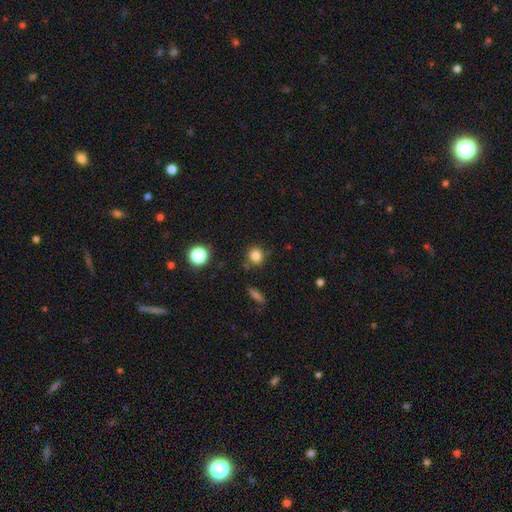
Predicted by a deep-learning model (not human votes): A smooth galaxy with no disk features (83%) that is round (89%).

Vote fractions:
- Smooth or featured? smooth: 83% / star or artifact: 12% / featured or disk: 5%
- How rounded? round: 89% / in between: 10% / cigar-shaped: 1%
- Merging? none: 83% / minor disturbance: 10% / merger: 4% / major disturbance: 3%